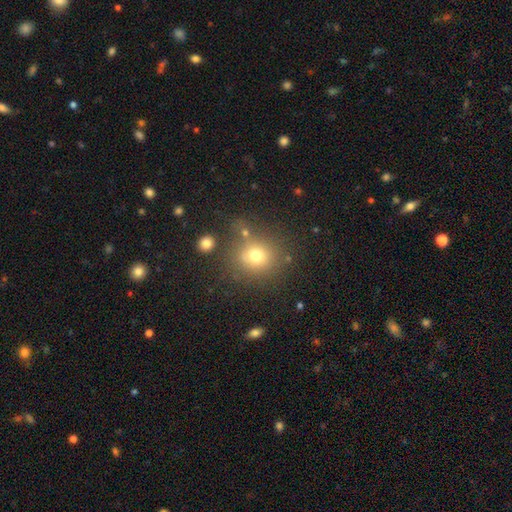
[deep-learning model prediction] This is likely a smooth galaxy (73%). How rounded: clearly round (84%). Merging: likely none (72%).